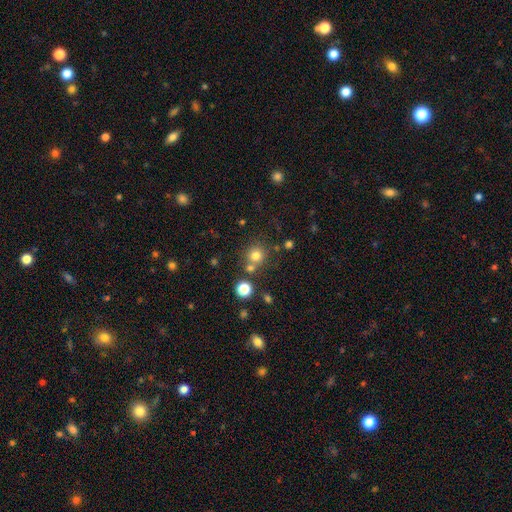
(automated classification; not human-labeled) Smooth or featured: smooth — 76% (star or artifact — 16%)
How rounded: round — 91% (in between — 8%)
Merging: none — 68% (merger — 20%)